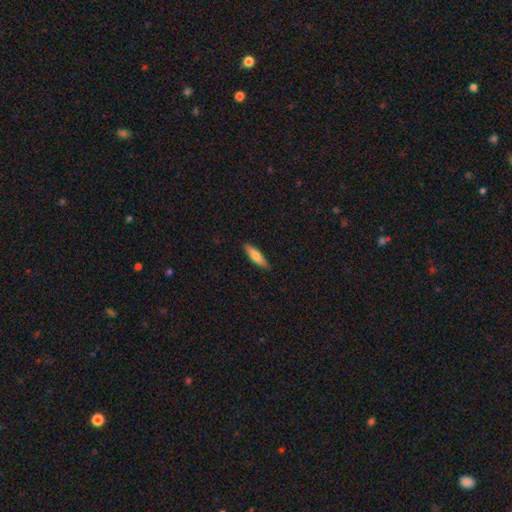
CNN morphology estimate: This appears to be a smooth galaxy with no disk features (76%) that is cigar-shaped (72%). Merging: none (88%).